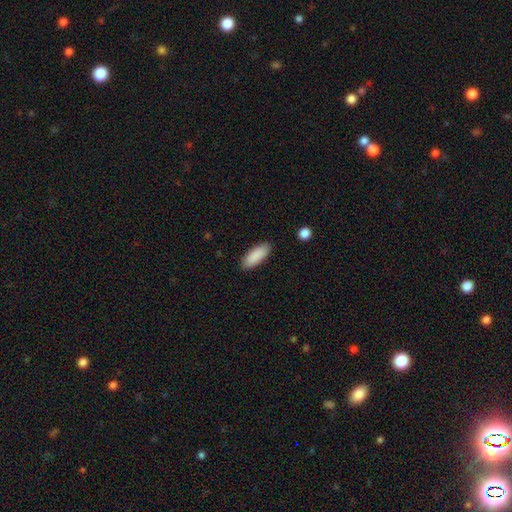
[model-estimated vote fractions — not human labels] Smooth or featured: smooth — 90% (star or artifact — 6%)
How rounded: in between — 72% (cigar-shaped — 27%)
Merging: none — 88% (minor disturbance — 9%)